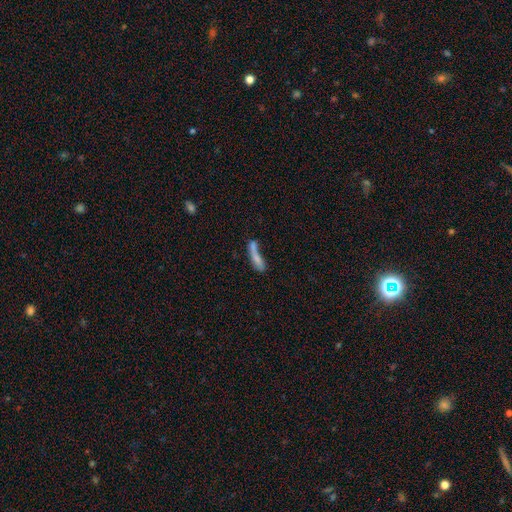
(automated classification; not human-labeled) Overall: smooth (65%; featured or disk 25%). How rounded: cigar-shaped (76%). Merging: merger (36%; none 32%).